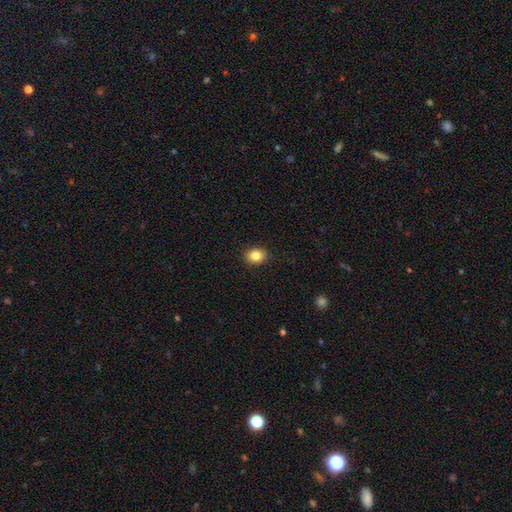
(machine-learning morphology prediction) The model was most divided on "how rounded": in between: 50%, round: 49%, cigar-shaped: 1%. More confident: merging — none (90%); smooth or featured — smooth (85%).